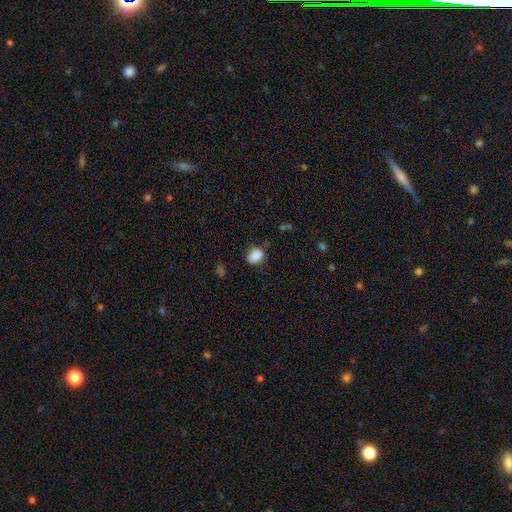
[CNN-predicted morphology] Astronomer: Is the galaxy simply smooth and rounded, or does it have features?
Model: smooth — 87%.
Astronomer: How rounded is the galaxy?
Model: in between — 66%.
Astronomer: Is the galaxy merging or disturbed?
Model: none — 73%.